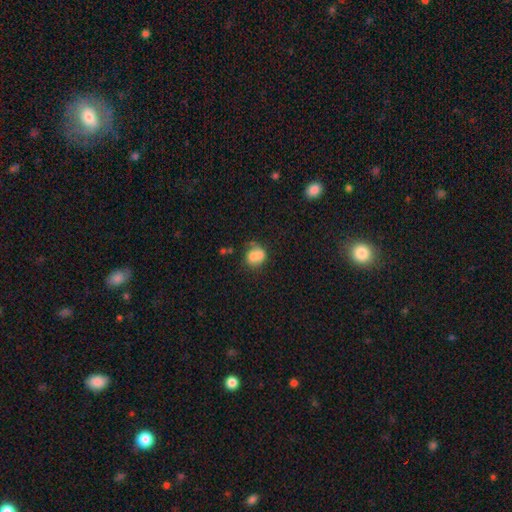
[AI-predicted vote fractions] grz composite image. It shows a smooth galaxy with no disk features (71%) that is round (63%). Merging: merger (44%).